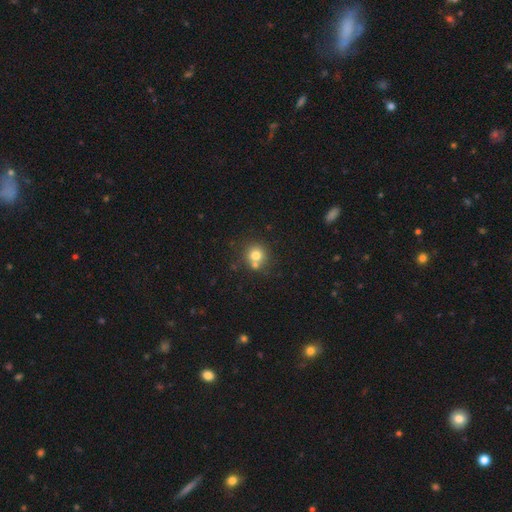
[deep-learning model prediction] Q: Smooth or featured?
A: smooth (76%); runner-up: star or artifact (12%)
Q: How rounded?
A: round (89%); runner-up: in between (10%)
Q: Merging?
A: none (59%); runner-up: merger (28%)